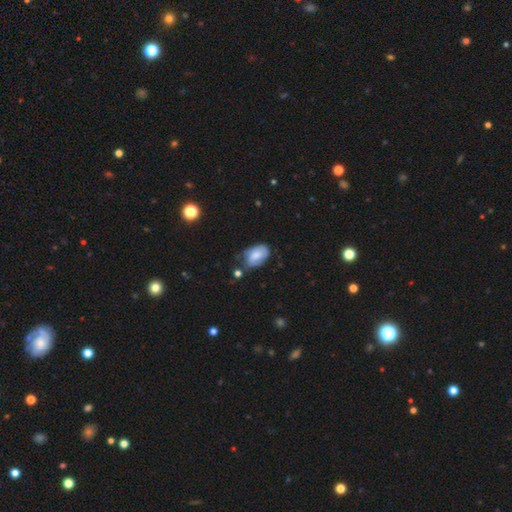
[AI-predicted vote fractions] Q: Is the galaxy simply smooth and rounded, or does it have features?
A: smooth — 64%.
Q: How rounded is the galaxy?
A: in between — 89%.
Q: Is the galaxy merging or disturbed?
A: none — 50%.